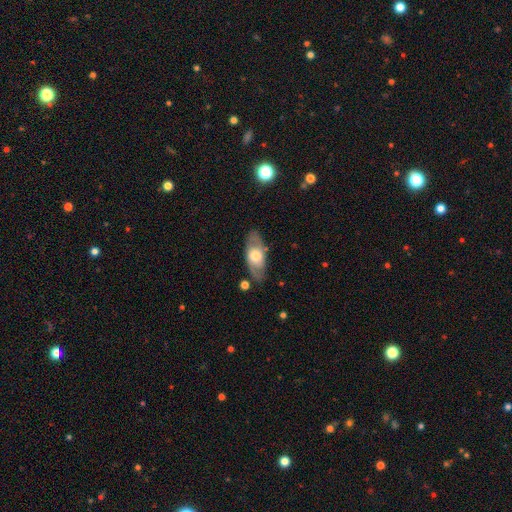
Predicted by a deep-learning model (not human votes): Smooth or featured? featured or disk (52%)
Edge-on disk? no (79%)
Merging? none (78%)